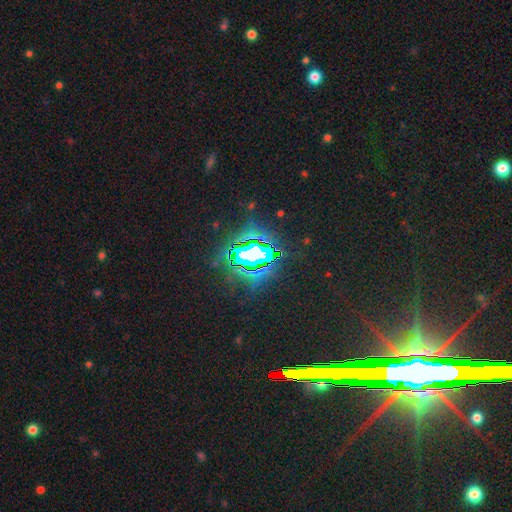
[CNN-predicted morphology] A star or artifact, not a galaxy (80%).

Vote fractions:
- Smooth or featured? star or artifact: 80% / smooth: 10% / featured or disk: 10%